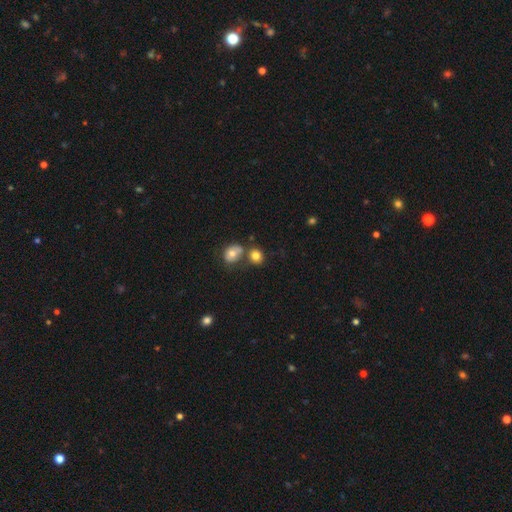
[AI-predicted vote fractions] smooth 78%, star or artifact 11%, featured or disk 11%. Down the decision tree: how rounded — round (68%); merging — none (56%).